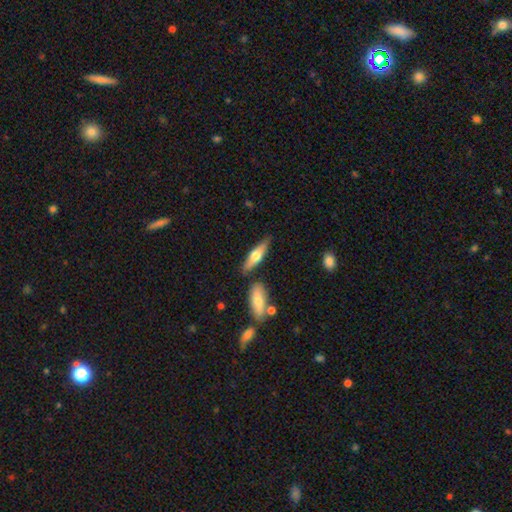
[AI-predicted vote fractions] smooth_or_featured: smooth (p=0.48) [alt: featured or disk p=0.47]
merging: none (p=0.75) [alt: minor disturbance p=0.13]